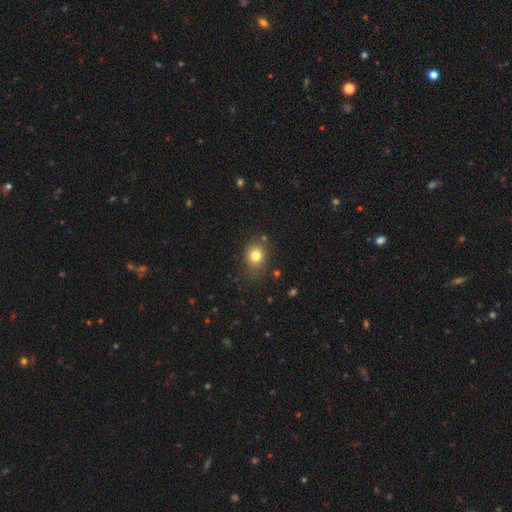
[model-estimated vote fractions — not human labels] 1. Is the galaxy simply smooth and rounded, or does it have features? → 78% smooth, 12% star or artifact, 9% featured or disk.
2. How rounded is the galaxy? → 57% round, 42% in between, 1% cigar-shaped.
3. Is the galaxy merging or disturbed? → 75% none, 17% minor disturbance, 5% major disturbance, 3% merger.